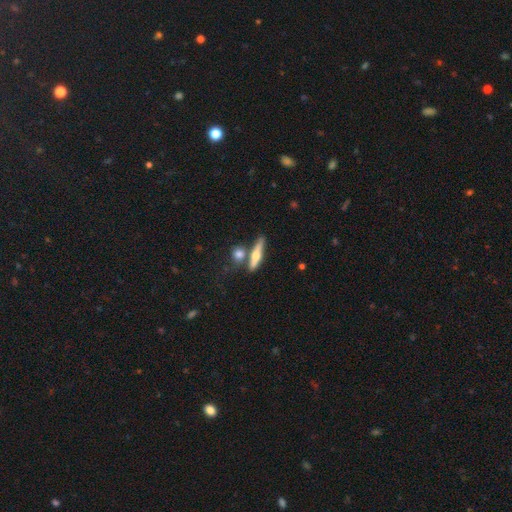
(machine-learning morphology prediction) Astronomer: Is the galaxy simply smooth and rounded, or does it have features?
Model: featured or disk — 52% (runner-up: smooth, 41%).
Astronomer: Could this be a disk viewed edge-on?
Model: yes — 91%.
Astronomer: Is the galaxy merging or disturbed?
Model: none — 63%.